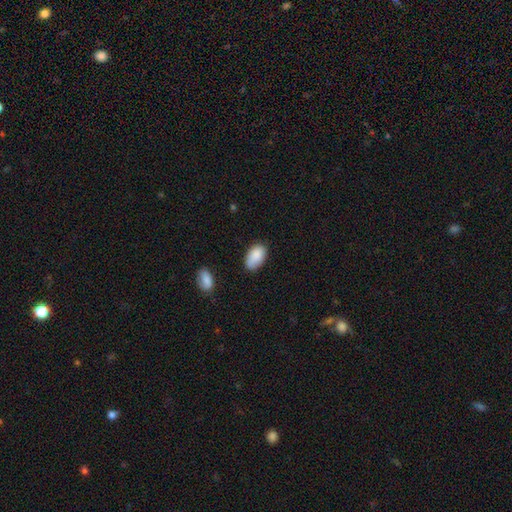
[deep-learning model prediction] smooth 86%, featured or disk 7%, star or artifact 7%. Down the decision tree: how rounded — in between (94%); merging — none (65%).